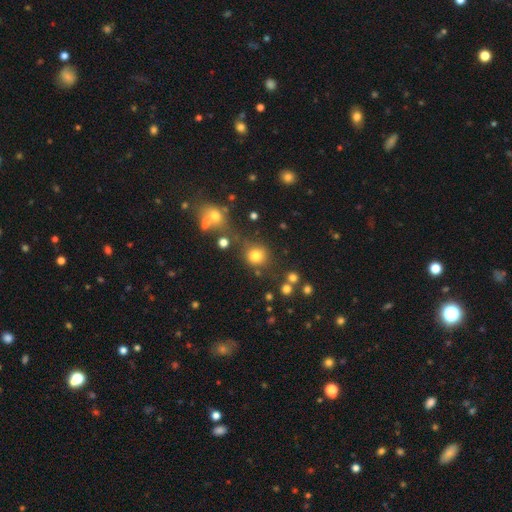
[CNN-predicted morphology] This is likely a smooth galaxy (78%). How rounded: clearly round (87%). Merging: likely none (70%).